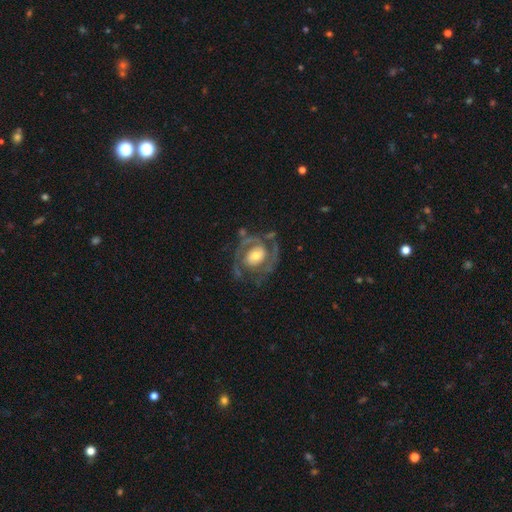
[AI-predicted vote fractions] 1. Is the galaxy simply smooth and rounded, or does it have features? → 85% featured or disk, 10% smooth, 5% star or artifact.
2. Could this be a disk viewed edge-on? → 97% no, 3% yes.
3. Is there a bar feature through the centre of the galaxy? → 54% no, 33% weak, 13% strong.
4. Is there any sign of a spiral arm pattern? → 90% yes, 10% no.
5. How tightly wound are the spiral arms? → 46% tight, 42% medium, 12% loose.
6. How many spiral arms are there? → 73% 2, 10% can't tell, 7% 3, 5% 1, 2% 4, 2% more than 4.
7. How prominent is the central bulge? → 57% moderate, 25% small, 15% large, 2% dominant, 2% none.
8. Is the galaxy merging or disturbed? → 66% none, 18% minor disturbance, 14% major disturbance, 3% merger.